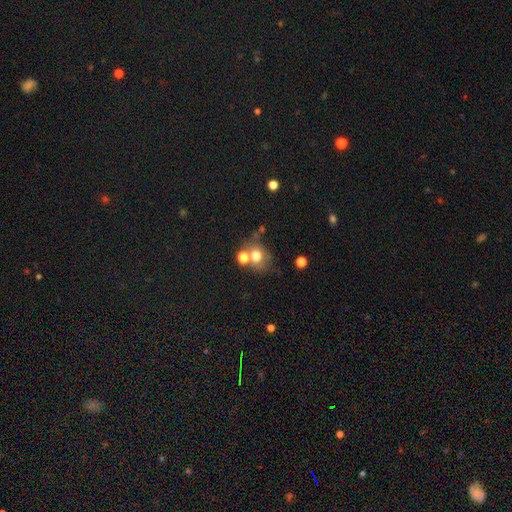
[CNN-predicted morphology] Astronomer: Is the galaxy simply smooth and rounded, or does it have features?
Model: smooth — 70%.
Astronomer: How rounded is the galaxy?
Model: round — 67%.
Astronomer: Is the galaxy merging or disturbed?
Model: none — 50% (runner-up: merger, 27%).